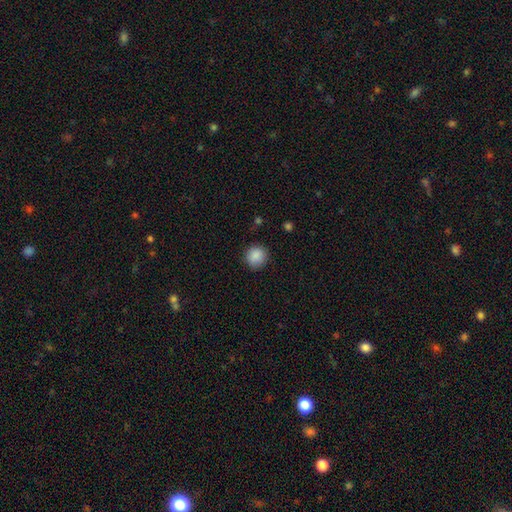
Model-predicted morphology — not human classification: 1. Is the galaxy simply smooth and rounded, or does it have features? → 88% smooth, 9% star or artifact, 3% featured or disk.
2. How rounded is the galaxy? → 90% round, 9% in between, 1% cigar-shaped.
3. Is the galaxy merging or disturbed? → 87% none, 9% minor disturbance, 3% major disturbance, 1% merger.